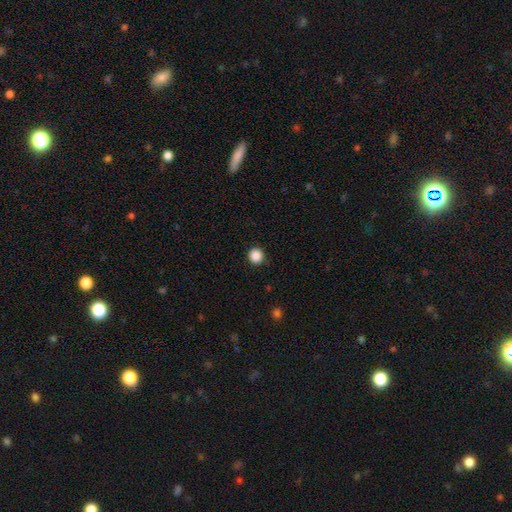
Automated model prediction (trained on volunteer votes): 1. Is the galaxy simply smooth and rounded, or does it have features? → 88% smooth, 10% star or artifact, 2% featured or disk.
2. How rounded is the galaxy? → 94% round, 5% in between, 1% cigar-shaped.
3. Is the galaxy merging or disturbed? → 91% none, 6% minor disturbance, 2% major disturbance, 1% merger.